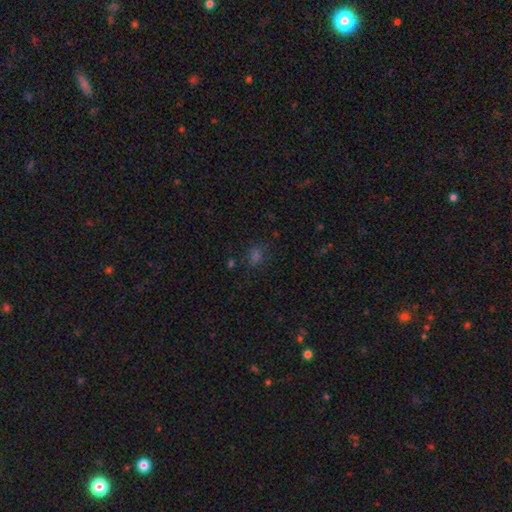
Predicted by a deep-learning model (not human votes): Smooth or featured: smooth — 55% (star or artifact — 36%)
How rounded: in between — 55% (round — 43%)
Merging: none — 74% (minor disturbance — 15%)